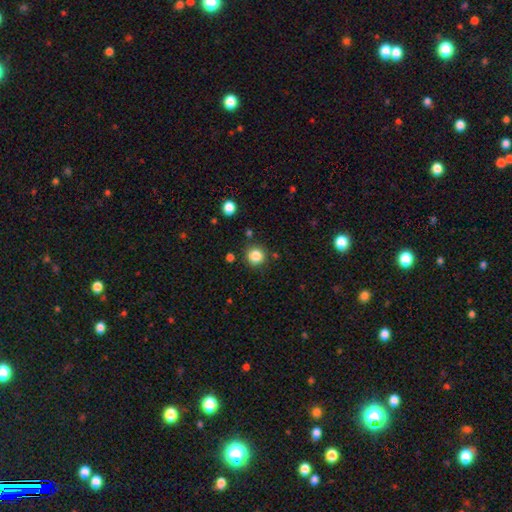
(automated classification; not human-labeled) Smooth or featured? smooth (84%)
How rounded? round (94%)
Merging? none (85%)